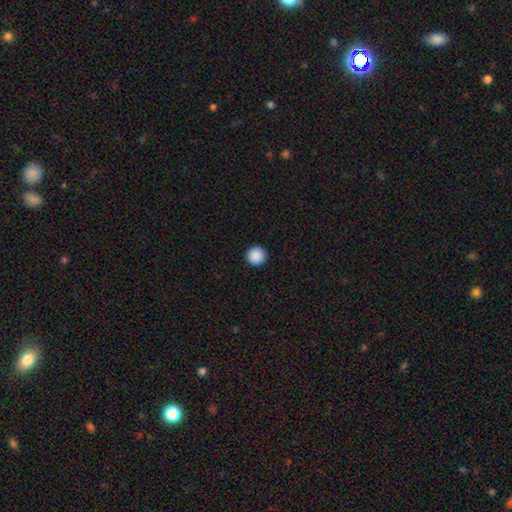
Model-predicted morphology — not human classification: A smooth galaxy with no disk features (90%) that is round (97%).

Vote fractions:
- Smooth or featured? smooth: 90% / star or artifact: 8% / featured or disk: 2%
- How rounded? round: 97% / in between: 2% / cigar-shaped: 1%
- Merging? none: 94% / minor disturbance: 4% / major disturbance: 1% / merger: 1%